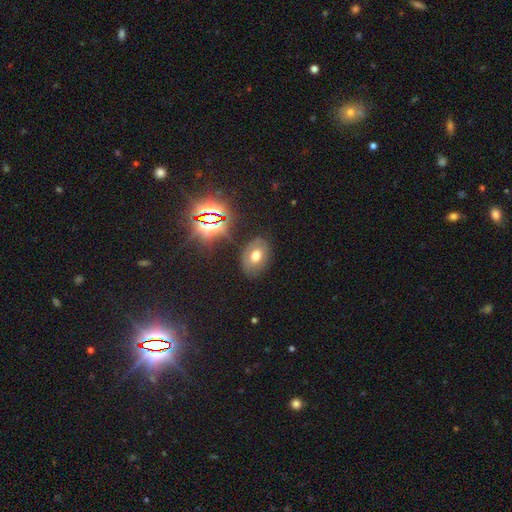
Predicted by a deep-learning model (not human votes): A smooth galaxy with no disk features (57%) that is in between round and cigar-shaped (78%).

Vote fractions:
- Smooth or featured? smooth: 57% / featured or disk: 22% / star or artifact: 21%
- How rounded? in between: 78% / round: 21% / cigar-shaped: 1%
- Merging? none: 80% / minor disturbance: 13% / major disturbance: 5% / merger: 2%